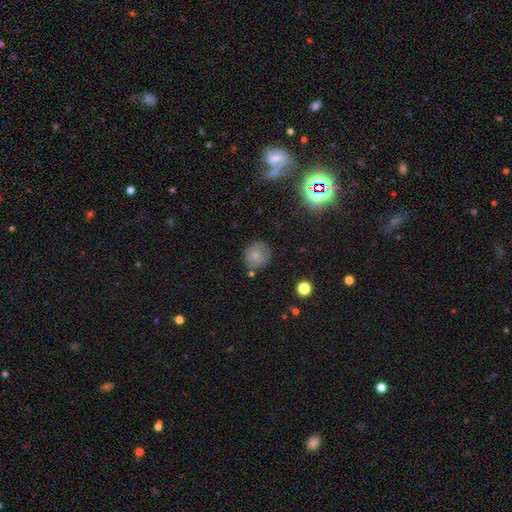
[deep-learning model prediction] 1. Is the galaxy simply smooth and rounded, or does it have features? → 76% smooth, 13% featured or disk, 11% star or artifact.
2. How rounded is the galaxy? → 90% round, 9% in between, 1% cigar-shaped.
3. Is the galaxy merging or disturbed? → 76% none, 15% minor disturbance, 4% merger, 4% major disturbance.